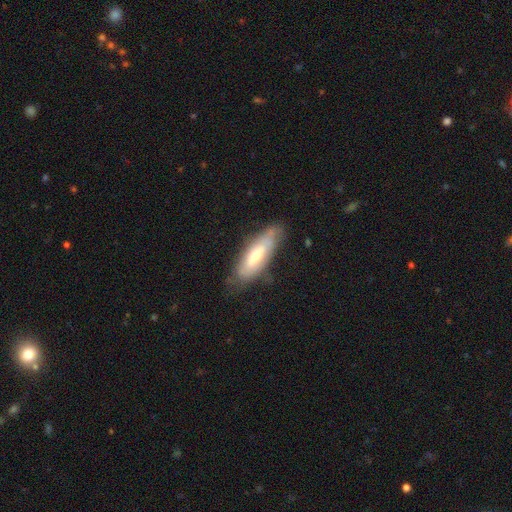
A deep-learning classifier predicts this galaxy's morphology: A featured or disk galaxy (47%, tied with smooth).

Vote fractions:
- Smooth or featured? featured or disk: 47% (tied) / smooth: 47% (tied) / star or artifact: 6%
- Merging? none: 66% / minor disturbance: 25% / major disturbance: 7% / merger: 2%